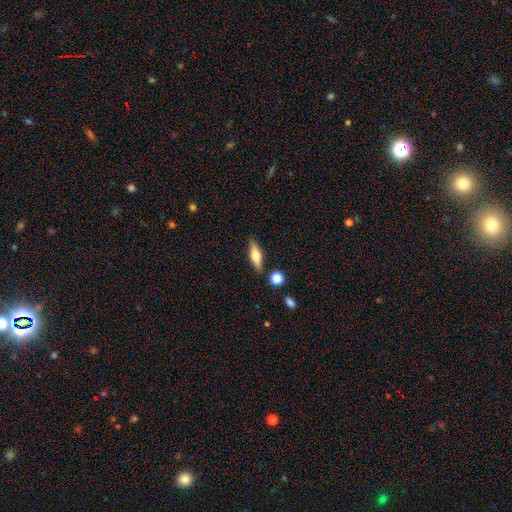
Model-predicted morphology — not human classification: smooth 51%, featured or disk 42%, star or artifact 8%. Down the decision tree: how rounded — cigar-shaped (48%, tied with in between); merging — none (83%).